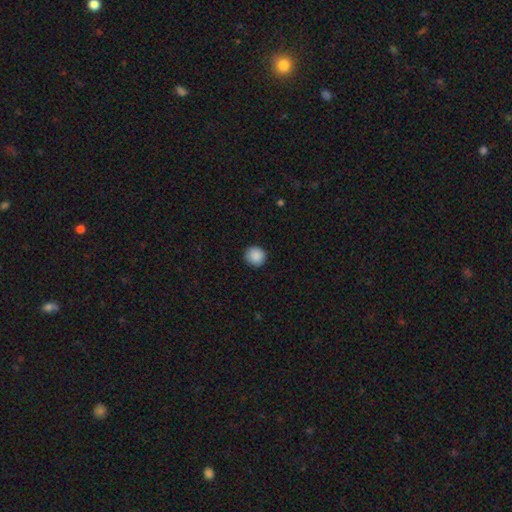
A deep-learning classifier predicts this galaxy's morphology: Q: Smooth or featured?
A: smooth (89%); runner-up: star or artifact (8%)
Q: How rounded?
A: round (93%); runner-up: in between (6%)
Q: Merging?
A: none (90%); runner-up: minor disturbance (7%)